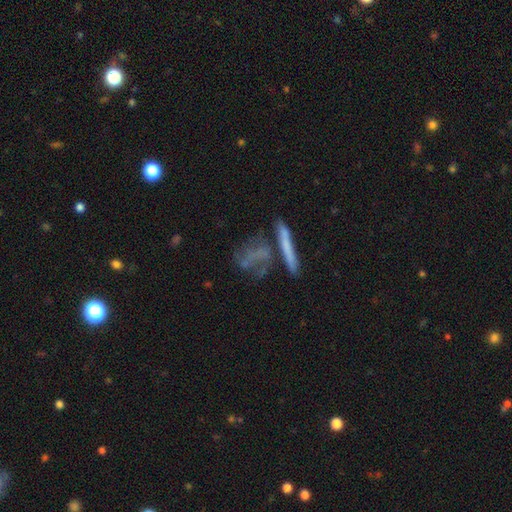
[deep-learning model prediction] Smooth or featured? Predicted: featured or disk (p=0.44). Merging? Predicted: none (p=0.44).